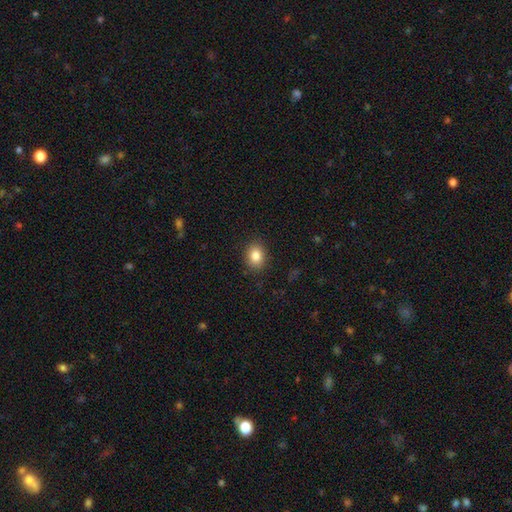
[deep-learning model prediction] Smooth or featured?
  - smooth: 85% *
  - star or artifact: 10%
  - featured or disk: 6%
How rounded?
  - in between: 54% *
  - round: 45%
  - cigar-shaped: 1%
Merging?
  - none: 88% *
  - minor disturbance: 9%
  - major disturbance: 3%
  - merger: 1%